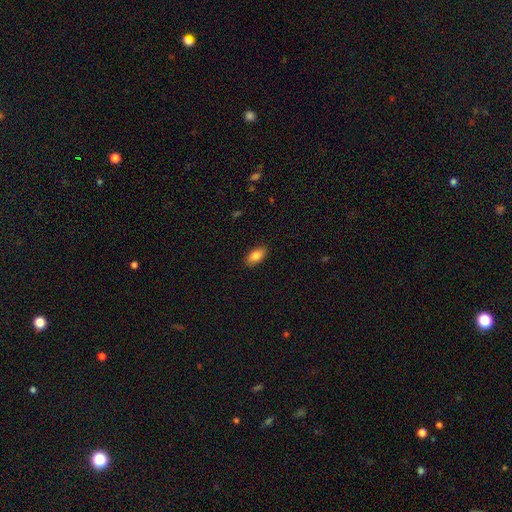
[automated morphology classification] smooth 84%, featured or disk 9%, star or artifact 7%. Down the decision tree: how rounded — in between (91%); merging — none (87%).